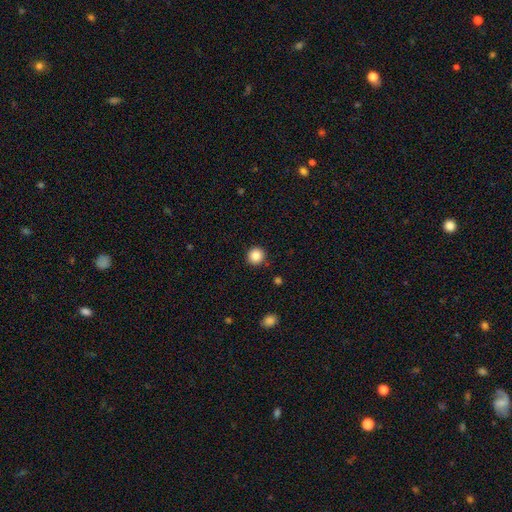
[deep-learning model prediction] Smooth or featured: smooth — 87% (star or artifact — 10%)
How rounded: round — 94% (in between — 5%)
Merging: none — 91% (minor disturbance — 6%)